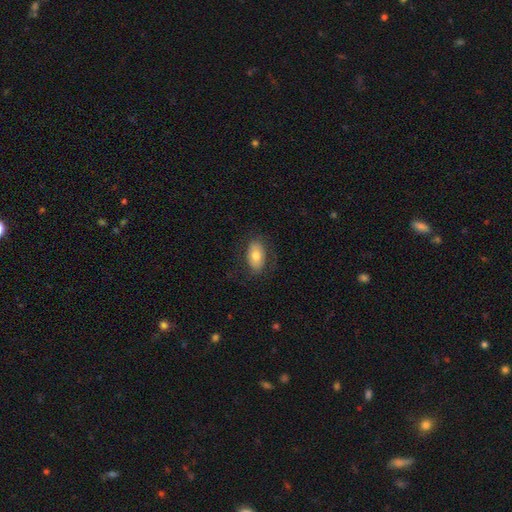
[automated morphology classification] Smooth or featured?
  - smooth: 69% *
  - featured or disk: 24%
  - star or artifact: 7%
How rounded?
  - in between: 90% *
  - round: 8%
  - cigar-shaped: 2%
Merging?
  - none: 75% *
  - minor disturbance: 16%
  - major disturbance: 8%
  - merger: 1%